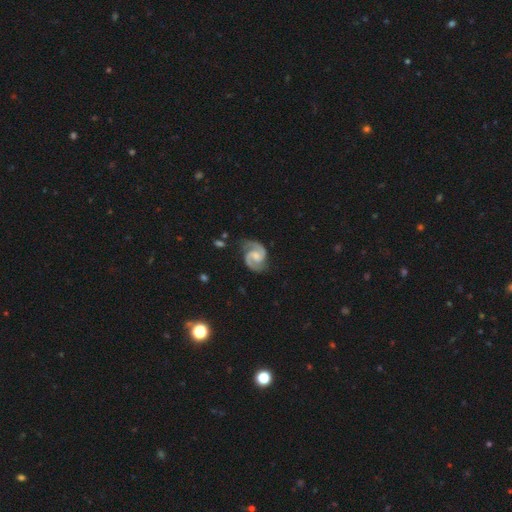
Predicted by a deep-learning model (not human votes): Q: Smooth or featured?
A: featured or disk (93%); runner-up: smooth (4%)
Q: Edge-on disk?
A: no (98%); runner-up: yes (2%)
Q: Bar?
A: weak (45%); runner-up: no (44%)
Q: Spiral arms?
A: yes (99%); runner-up: no (1%)
Q: Spiral winding?
A: medium (59%); runner-up: tight (30%)
Q: Spiral arm count?
A: 2 (94%); runner-up: can't tell (1%)
Q: Bulge size?
A: moderate (33%); tied with: small (33%)
Q: Merging?
A: none (79%); runner-up: minor disturbance (15%)